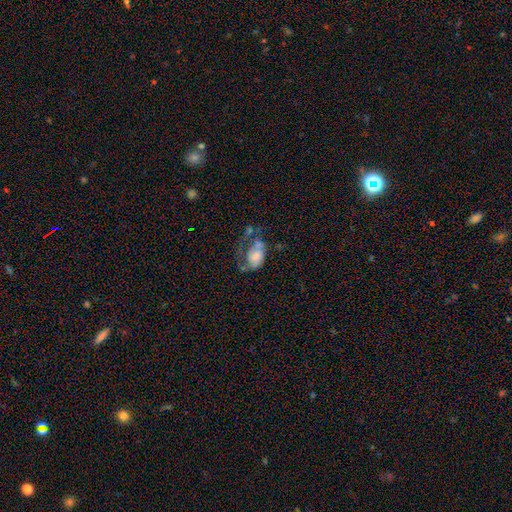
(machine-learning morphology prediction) smooth-or-featured: smooth: 46% (tied) | featured or disk: 46% (tied) | star or artifact: 9%
  merging: major disturbance: 46% | minor disturbance: 19% | none: 19% | merger: 16%